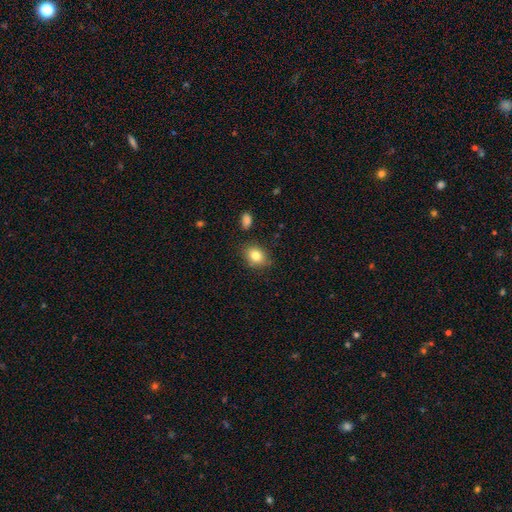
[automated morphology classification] Smooth or featured?
  - smooth: 82% *
  - star or artifact: 9%
  - featured or disk: 9%
How rounded?
  - in between: 62% *
  - round: 37%
  - cigar-shaped: 1%
Merging?
  - none: 82% *
  - minor disturbance: 12%
  - major disturbance: 3%
  - merger: 3%